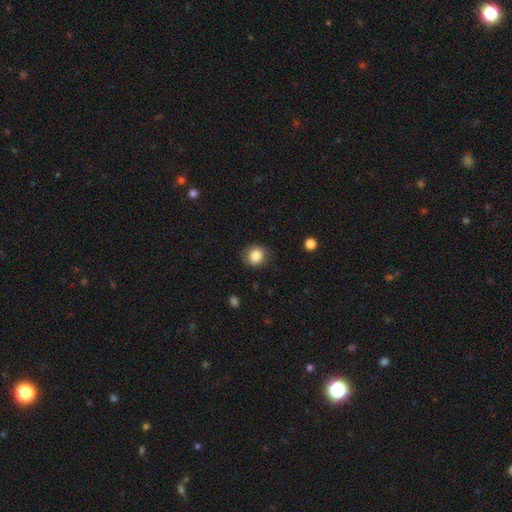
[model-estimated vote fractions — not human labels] Smooth or featured? Predicted: smooth (p=0.85). How rounded? Predicted: round (p=0.81). Merging? Predicted: none (p=0.81).